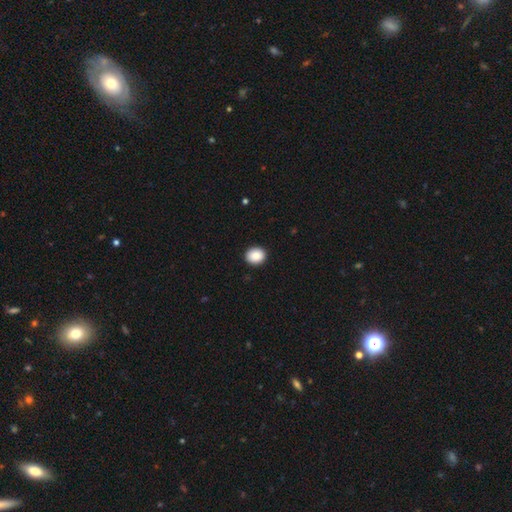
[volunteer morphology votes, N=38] smooth-or-featured: smooth: 95% | star or artifact: 5% | featured or disk: 0%
  how-rounded: round: 81% | in between: 19% | cigar-shaped: 0%
  merging: none: 92% | minor disturbance: 6% | merger: 3% | major disturbance: 0%